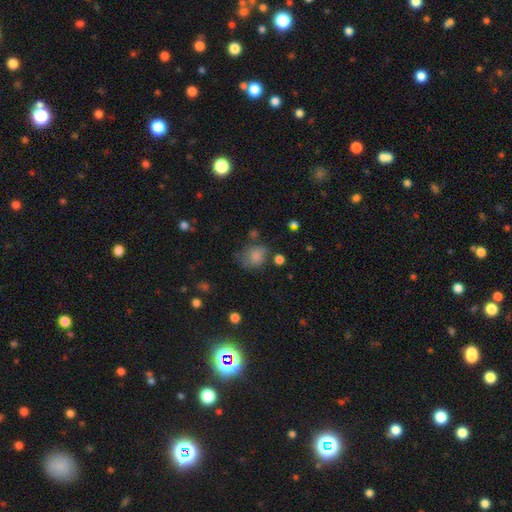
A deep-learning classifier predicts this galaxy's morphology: type=smooth (77%); roundness=round (57%); merging=none (50%).